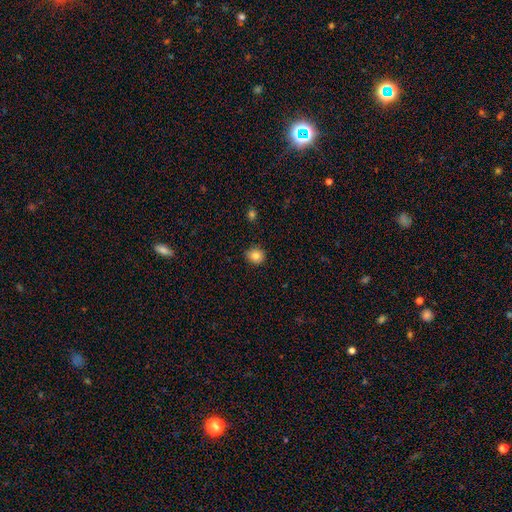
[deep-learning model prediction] Smooth or featured? Predicted: smooth (p=0.83). How rounded? Predicted: round (p=0.81). Merging? Predicted: none (p=0.86).